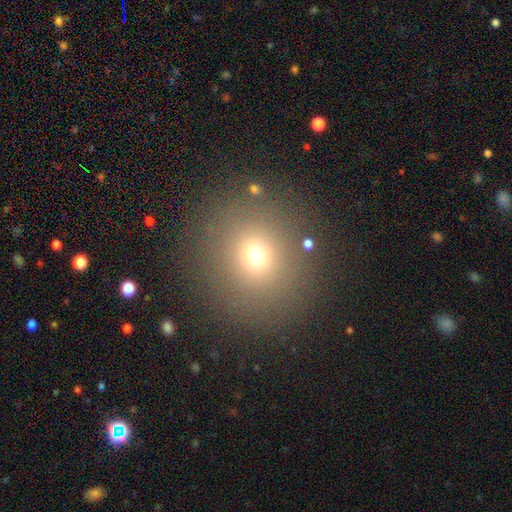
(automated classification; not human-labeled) This is likely a smooth galaxy (68%). How rounded: clearly round (88%). Merging: clearly none (86%).